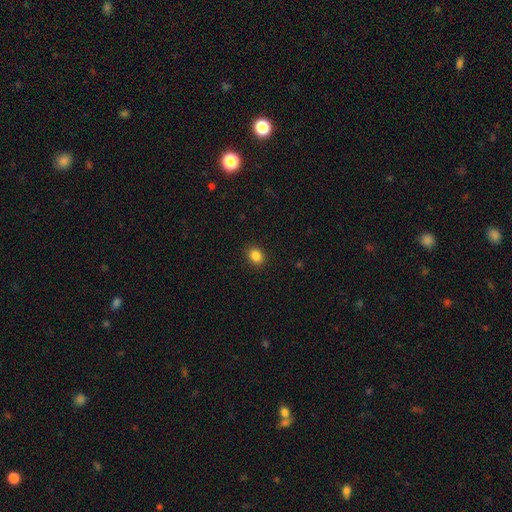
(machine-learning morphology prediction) A smooth galaxy with no disk features (86%) that is round (55%).

Vote fractions:
- Smooth or featured? smooth: 86% / star or artifact: 10% / featured or disk: 4%
- How rounded? round: 55% / in between: 44% / cigar-shaped: 1%
- Merging? none: 90% / minor disturbance: 7% / major disturbance: 2% / merger: 1%